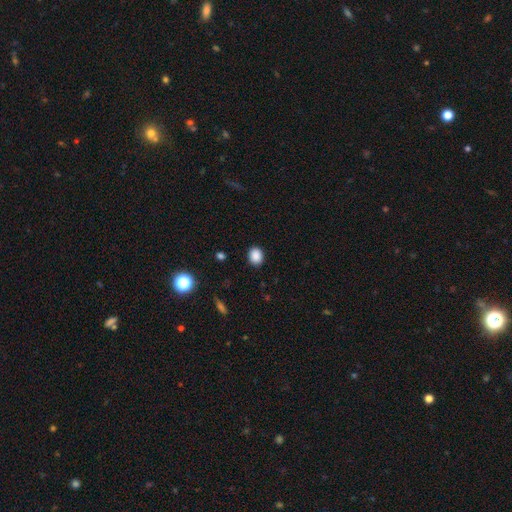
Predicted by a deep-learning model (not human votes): Smooth or featured? smooth (87%)
How rounded? round (58%)
Merging? none (89%)